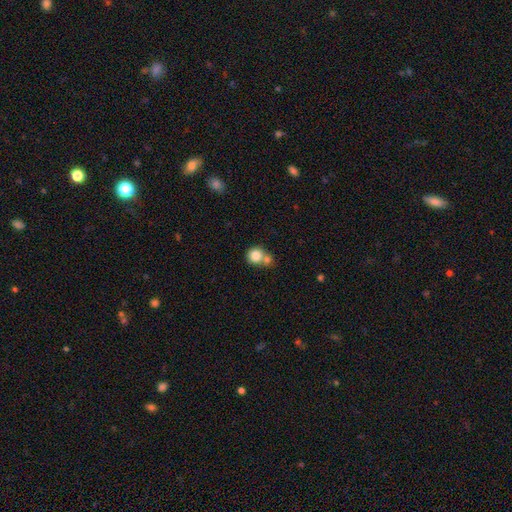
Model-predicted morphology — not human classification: Smooth or featured? Predicted: smooth (p=0.81). How rounded? Predicted: round (p=0.87). Merging? Predicted: merger (p=0.47).